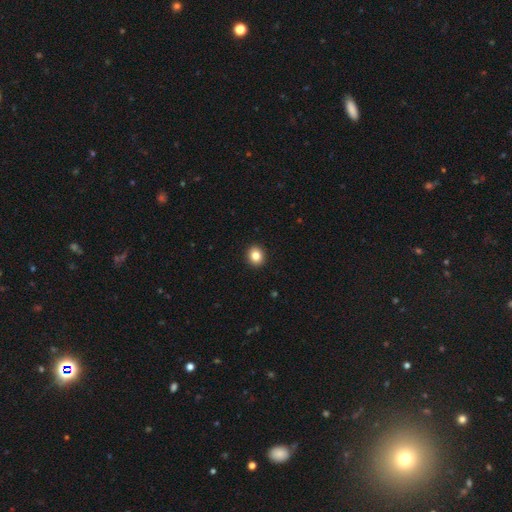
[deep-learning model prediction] smooth_or_featured: smooth (p=0.84) [alt: star or artifact p=0.10]
how_rounded: round (p=0.76) [alt: in between p=0.23]
merging: none (p=0.93) [alt: minor disturbance p=0.05]